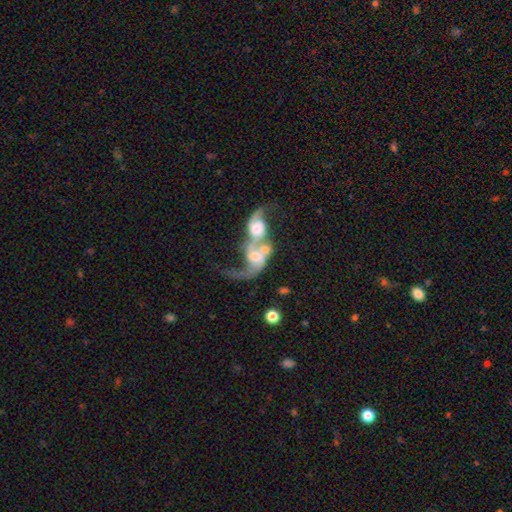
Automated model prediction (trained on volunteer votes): Smooth or featured?
  - featured or disk: 69% *
  - smooth: 22%
  - star or artifact: 9%
Edge-on disk?
  - no: 95% *
  - yes: 5%
Bar?
  - no: 66% *
  - weak: 25%
  - strong: 10%
Spiral arms?
  - yes: 74% *
  - no: 26%
Bulge size?
  - moderate: 43% *
  - small: 22%
  - large: 19%
  - none: 12%
  - dominant: 5%
Merging?
  - merger: 78% *
  - major disturbance: 11%
  - none: 7%
  - minor disturbance: 4%